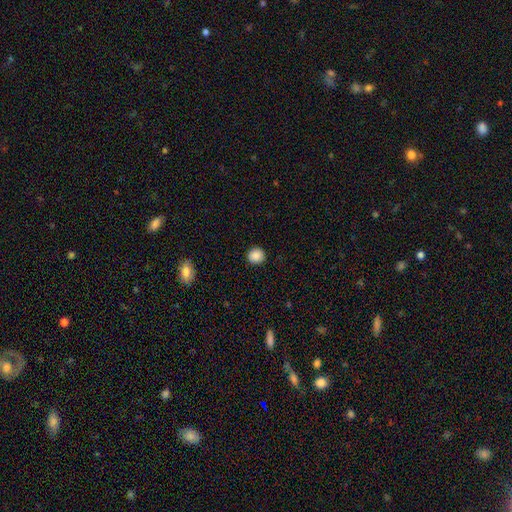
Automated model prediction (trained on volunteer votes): This is clearly a smooth galaxy (87%). How rounded: clearly round (90%). Merging: clearly none (92%).